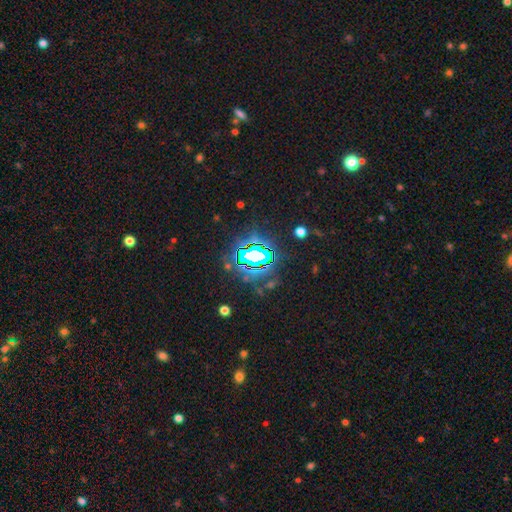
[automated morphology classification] type=star or artifact (73%).